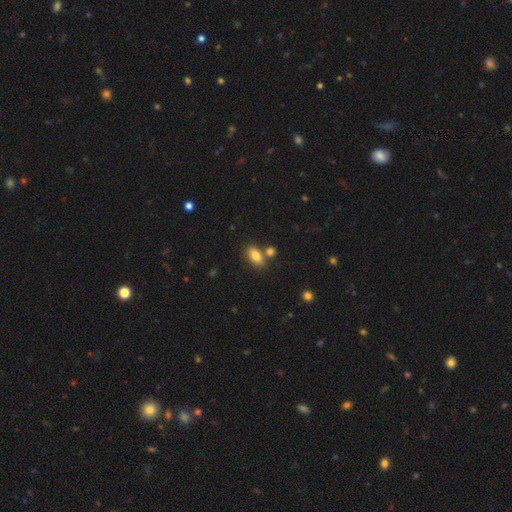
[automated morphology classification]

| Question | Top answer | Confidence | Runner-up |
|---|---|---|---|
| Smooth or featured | smooth | 82% | featured or disk (10%) |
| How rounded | in between | 88% | cigar-shaped (6%) |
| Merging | none | 68% | merger (18%) |